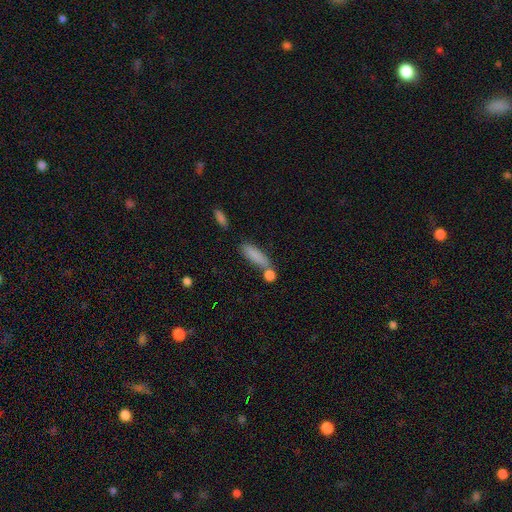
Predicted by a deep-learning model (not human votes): Smooth or featured? smooth (83%)
How rounded? cigar-shaped (58%)
Merging? none (60%)